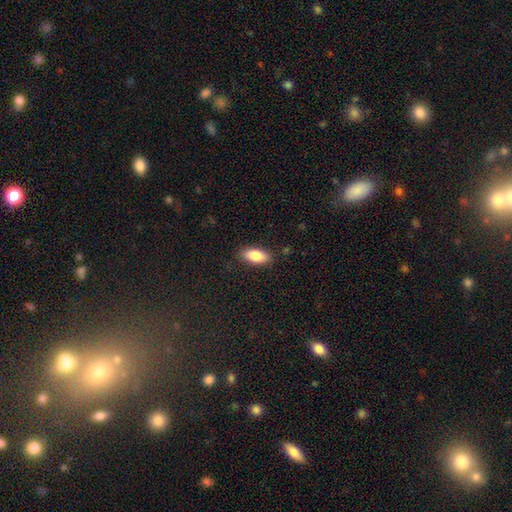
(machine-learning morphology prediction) smooth_or_featured: smooth (p=0.83) [alt: featured or disk p=0.11]
how_rounded: in between (p=0.84) [alt: cigar-shaped p=0.14]
merging: none (p=0.87) [alt: minor disturbance p=0.10]